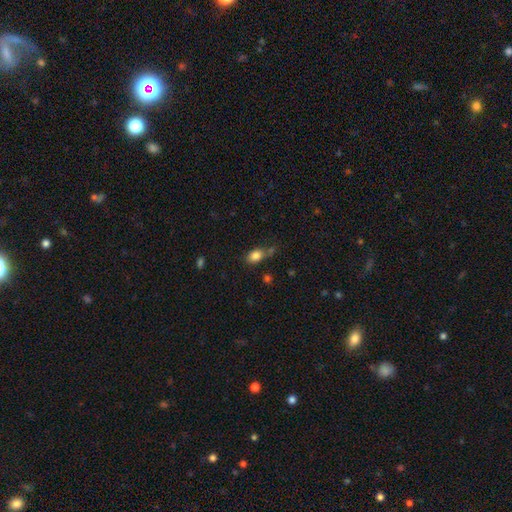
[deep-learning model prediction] smooth_or_featured: smooth (p=0.83) [alt: star or artifact p=0.10]
how_rounded: in between (p=0.80) [alt: round p=0.18]
merging: none (p=0.56) [alt: minor disturbance p=0.23]